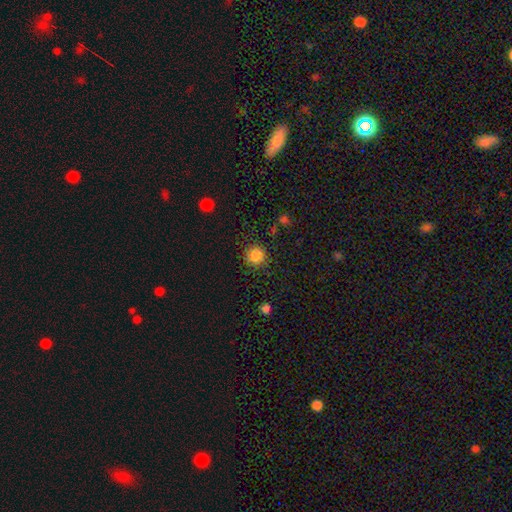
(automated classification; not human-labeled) The model was most divided on "smooth or featured": smooth: 84%, star or artifact: 12%, featured or disk: 4%. More confident: how rounded — round (93%); merging — none (87%).